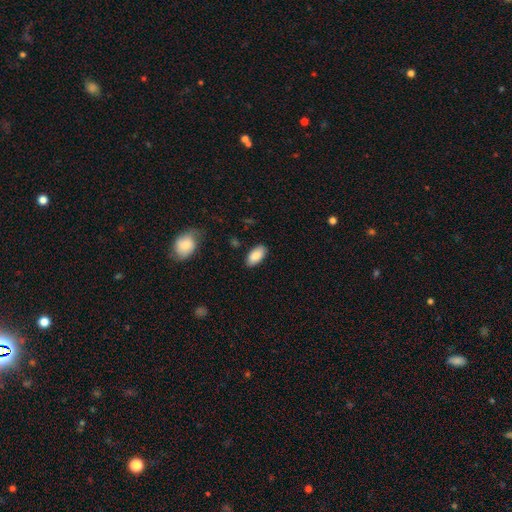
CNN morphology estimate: type=smooth (87%); roundness=in between (94%); merging=none (85%).